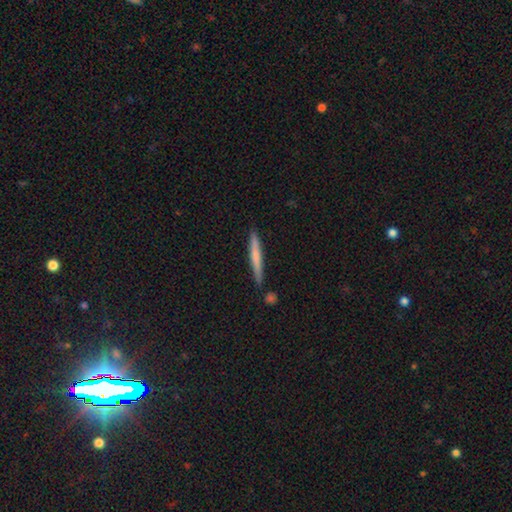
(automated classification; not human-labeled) smooth 64%, featured or disk 31%, star or artifact 5%. Down the decision tree: how rounded — cigar-shaped (96%); merging — none (84%).